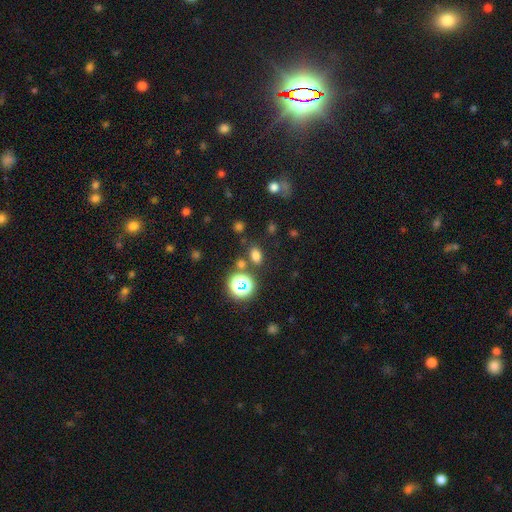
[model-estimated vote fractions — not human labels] Q: Smooth or featured?
A: smooth (71%); runner-up: star or artifact (22%)
Q: How rounded?
A: in between (72%); runner-up: round (26%)
Q: Merging?
A: none (78%); runner-up: minor disturbance (10%)